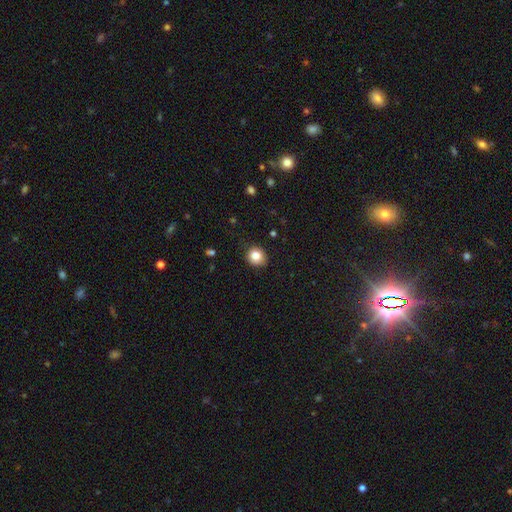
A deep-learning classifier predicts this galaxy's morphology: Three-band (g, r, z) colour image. It shows a smooth galaxy with no disk features (84%) that is round (84%). Merging: none (89%).